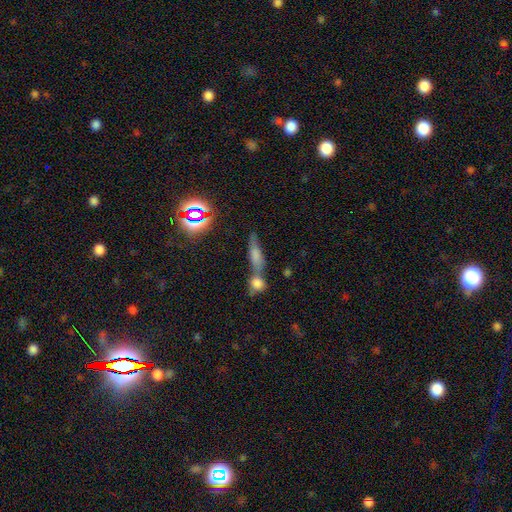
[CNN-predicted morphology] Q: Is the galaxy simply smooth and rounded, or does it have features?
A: smooth — 51%.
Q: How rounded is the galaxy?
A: cigar-shaped — 56%.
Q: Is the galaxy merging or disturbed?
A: merger — 43%.